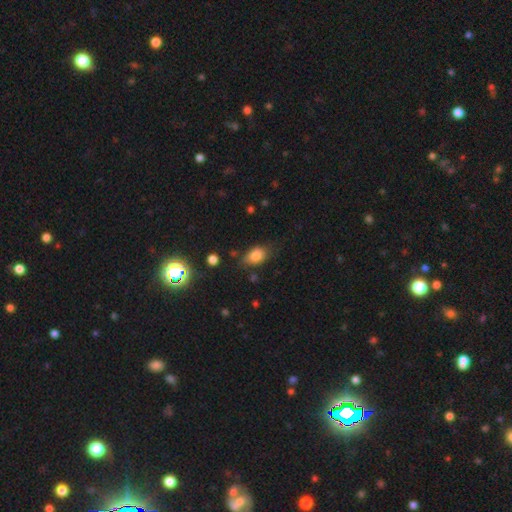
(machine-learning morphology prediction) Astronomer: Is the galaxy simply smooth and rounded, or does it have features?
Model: smooth — 80%.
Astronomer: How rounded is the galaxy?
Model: in between — 82%.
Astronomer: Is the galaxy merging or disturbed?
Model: none — 65%.